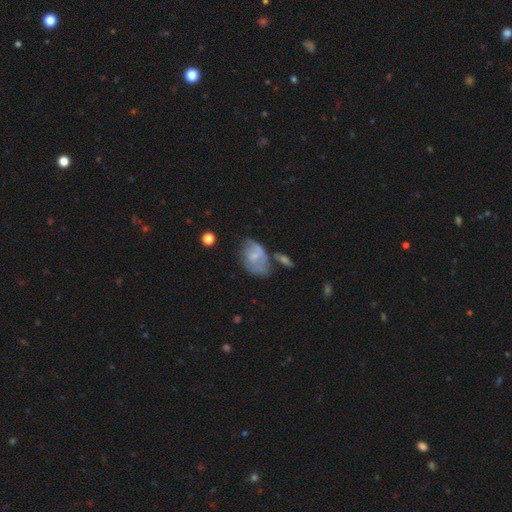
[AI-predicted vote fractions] Smooth or featured? Predicted: featured or disk (p=0.52). Edge-on disk? Predicted: no (p=0.95). Merging? Predicted: none (p=0.37).